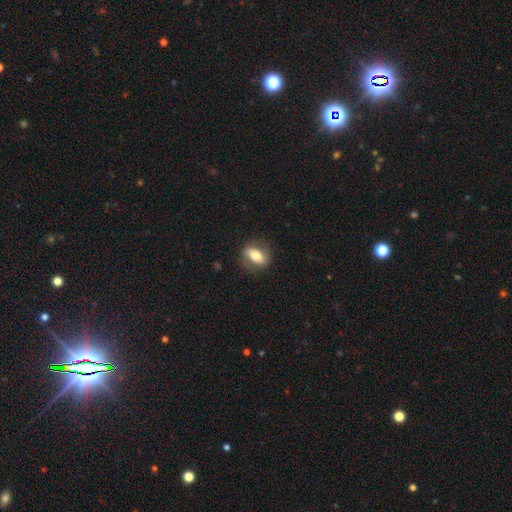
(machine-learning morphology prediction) Overall: smooth (58%; featured or disk 35%). How rounded: in between (74%). Merging: none (80%).